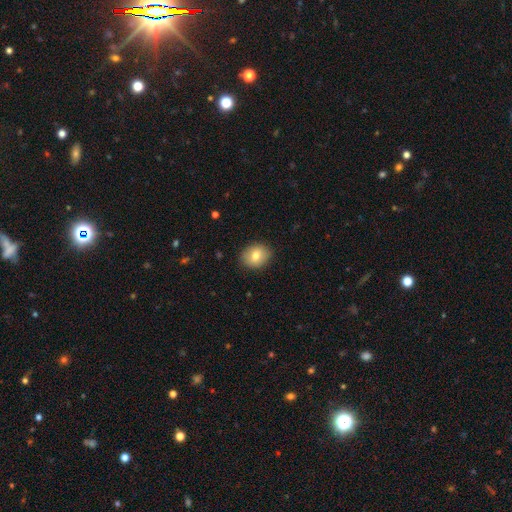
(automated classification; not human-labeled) smooth_or_featured: smooth (p=0.77) [alt: featured or disk p=0.14]
how_rounded: round (p=0.51) [alt: in between p=0.48]
merging: none (p=0.87) [alt: minor disturbance p=0.09]